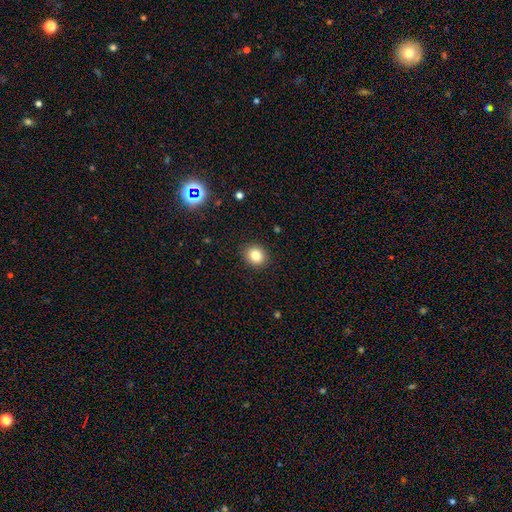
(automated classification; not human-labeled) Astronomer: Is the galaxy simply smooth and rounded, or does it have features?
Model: smooth — 83%.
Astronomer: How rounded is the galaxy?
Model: round — 78%.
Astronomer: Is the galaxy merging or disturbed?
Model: none — 91%.